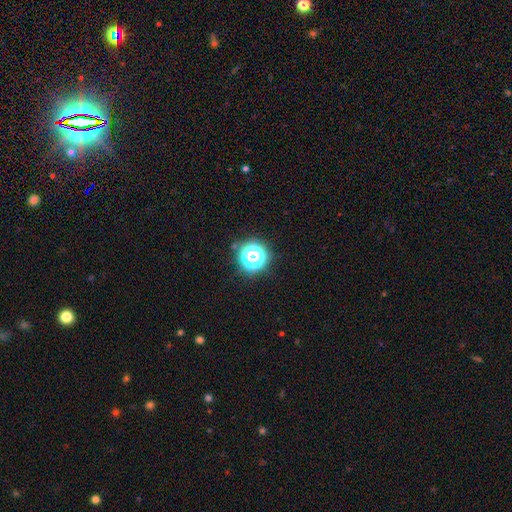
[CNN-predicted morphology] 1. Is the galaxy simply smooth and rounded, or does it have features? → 76% star or artifact, 18% smooth, 6% featured or disk.